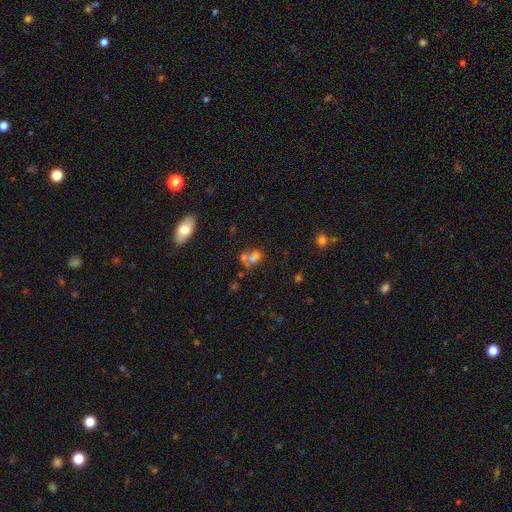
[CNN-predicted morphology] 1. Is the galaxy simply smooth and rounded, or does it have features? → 61% smooth, 20% featured or disk, 18% star or artifact.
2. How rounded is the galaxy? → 60% in between, 36% round, 4% cigar-shaped.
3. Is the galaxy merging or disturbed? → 52% merger, 31% none, 10% minor disturbance, 7% major disturbance.